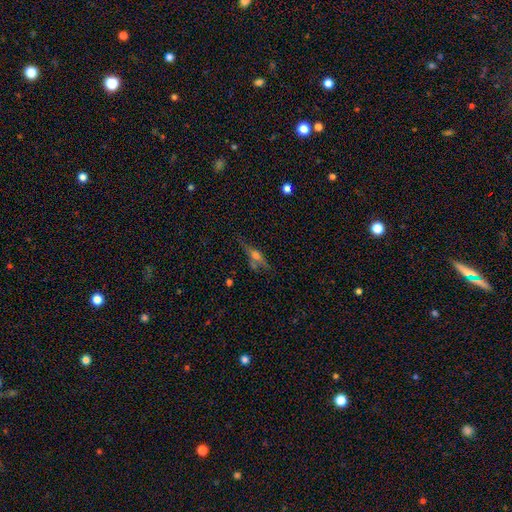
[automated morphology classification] Smooth or featured: featured or disk — 52% (smooth — 30%)
Edge-on disk: yes — 81% (no — 19%)
Merging: none — 58% (minor disturbance — 21%)